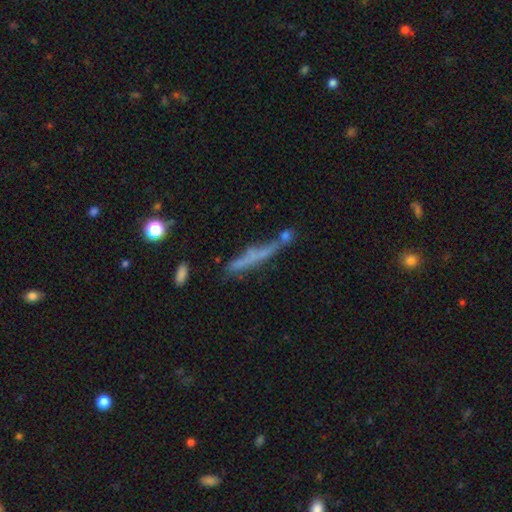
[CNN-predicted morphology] Smooth or featured? smooth (44%, tied with featured or disk)
Merging? none (48%)